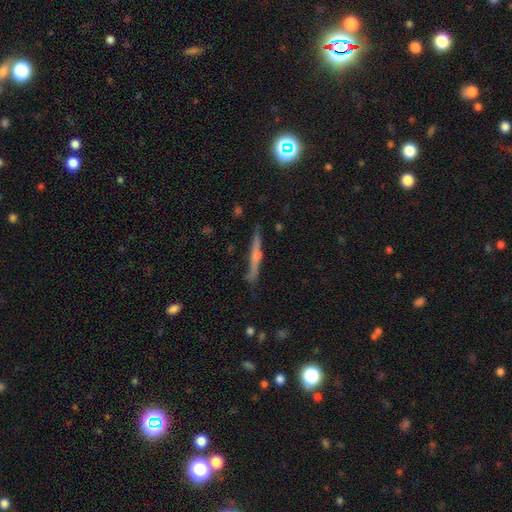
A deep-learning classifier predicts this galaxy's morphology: A featured or disk galaxy (67%) viewed edge-on (97%) with a rounded central bulge (68%). Merging: none (84%).